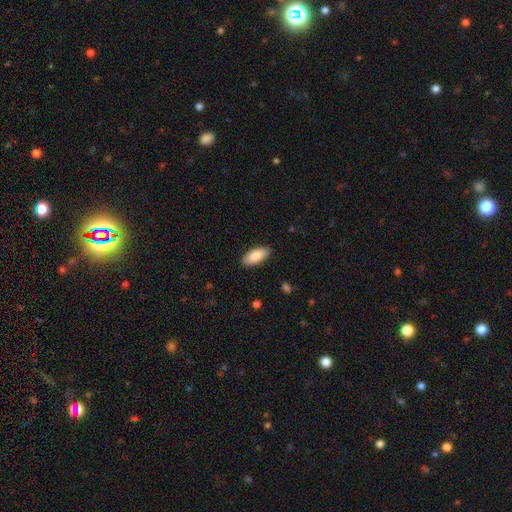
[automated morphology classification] Overall: smooth (86%). How rounded: in between (87%). Merging: none (89%).